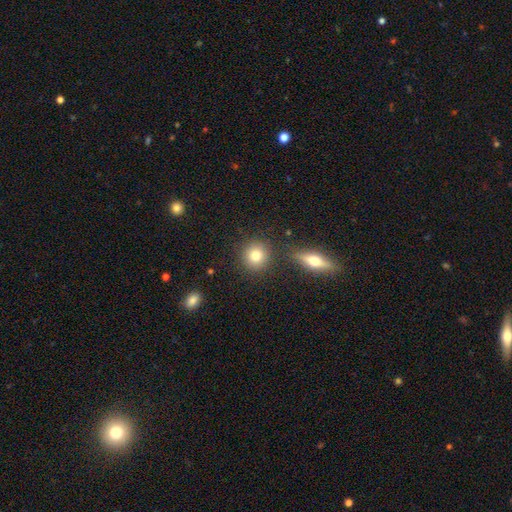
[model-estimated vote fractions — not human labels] smooth-or-featured: smooth: 80% | featured or disk: 11% | star or artifact: 9%
  how-rounded: round: 89% | in between: 10% | cigar-shaped: 1%
  merging: none: 83% | minor disturbance: 8% | merger: 7% | major disturbance: 3%